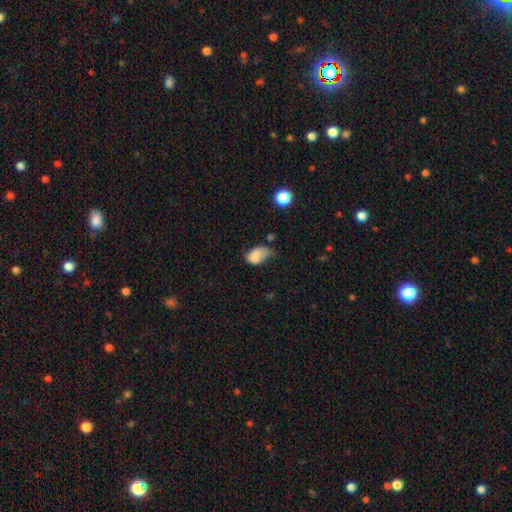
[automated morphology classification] Smooth or featured?
  - smooth: 75% *
  - featured or disk: 14%
  - star or artifact: 10%
How rounded?
  - in between: 85% *
  - round: 14%
  - cigar-shaped: 1%
Merging?
  - minor disturbance: 42% *
  - major disturbance: 25%
  - none: 25%
  - merger: 9%